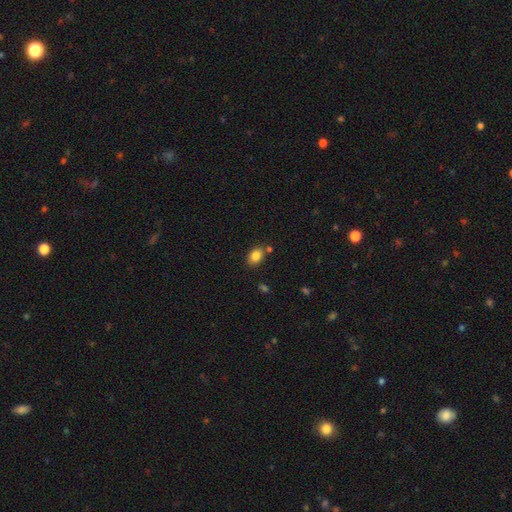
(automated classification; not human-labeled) Smooth or featured? smooth (84%)
How rounded? in between (76%)
Merging? none (75%)